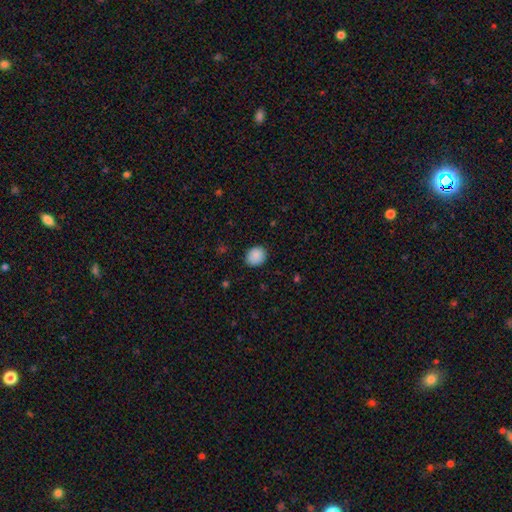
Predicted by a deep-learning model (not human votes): Smooth or featured: smooth — 89% (star or artifact — 8%)
How rounded: round — 72% (in between — 27%)
Merging: none — 87% (minor disturbance — 10%)